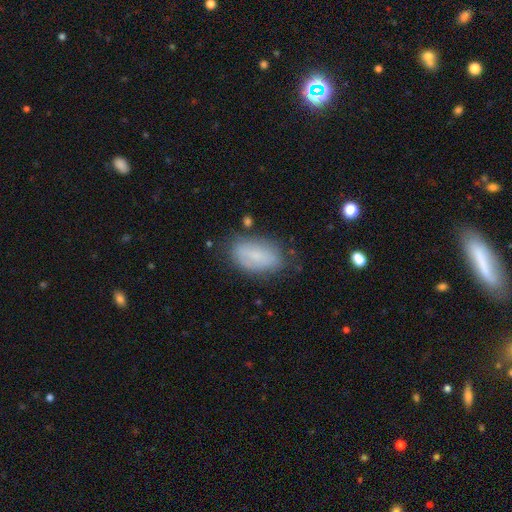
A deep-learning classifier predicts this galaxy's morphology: Smooth or featured?
  - smooth: 67% *
  - featured or disk: 24%
  - star or artifact: 8%
How rounded?
  - in between: 93% *
  - round: 4%
  - cigar-shaped: 3%
Merging?
  - none: 66% *
  - minor disturbance: 24%
  - major disturbance: 7%
  - merger: 3%